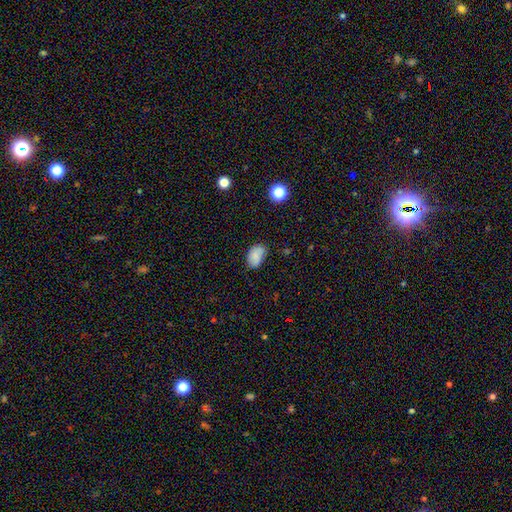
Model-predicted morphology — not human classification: Smooth or featured: smooth — 79% (featured or disk — 11%)
How rounded: in between — 86% (round — 12%)
Merging: none — 58% (minor disturbance — 31%)